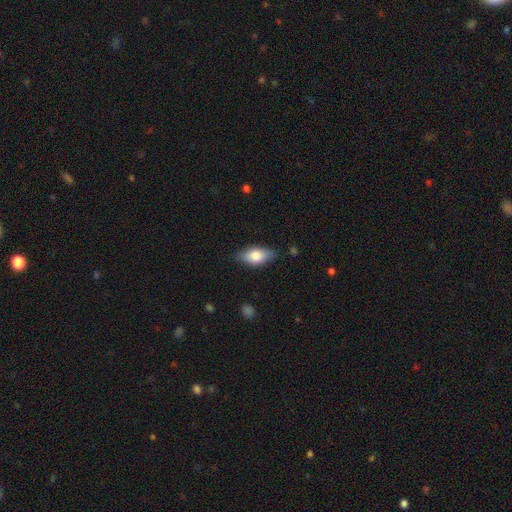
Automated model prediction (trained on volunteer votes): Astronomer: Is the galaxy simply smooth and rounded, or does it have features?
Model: smooth — 74%.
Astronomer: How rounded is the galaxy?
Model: in between — 87%.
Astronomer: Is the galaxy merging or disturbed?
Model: none — 82%.